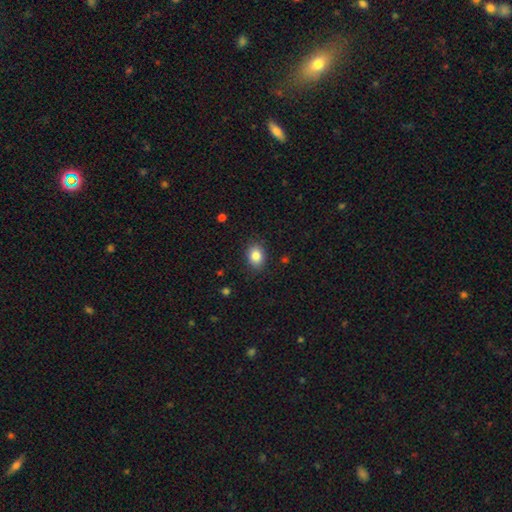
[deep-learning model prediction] Overall: smooth (86%). How rounded: in between (64%; round 35%). Merging: none (87%).